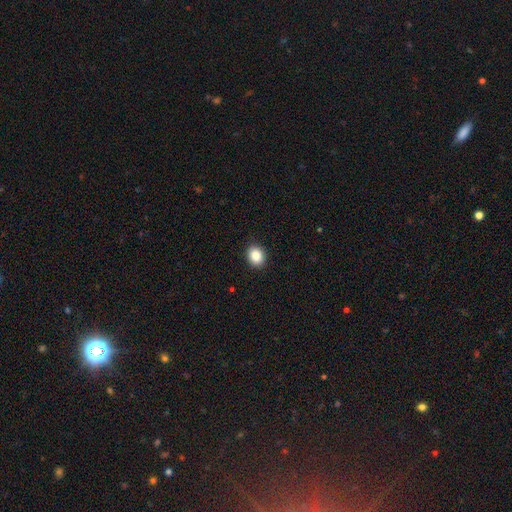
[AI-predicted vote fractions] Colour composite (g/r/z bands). It shows a smooth galaxy with no disk features (87%) that is round (57%). Merging: none (91%).